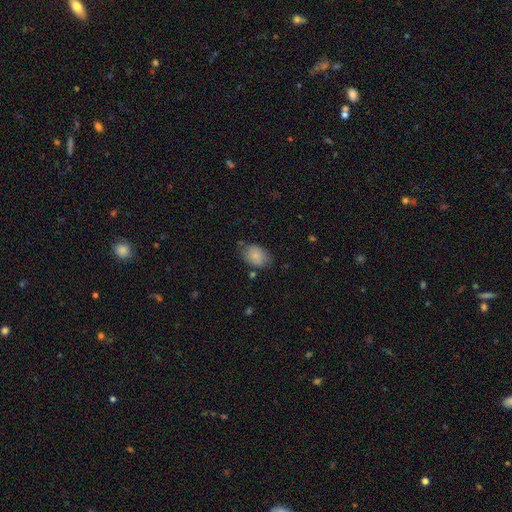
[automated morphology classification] smooth 81%, featured or disk 12%, star or artifact 7%. Down the decision tree: how rounded — in between (79%); merging — none (69%).